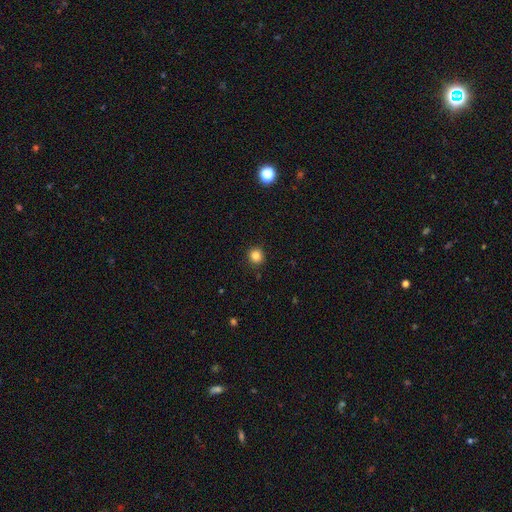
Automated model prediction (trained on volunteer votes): smooth 84%, star or artifact 12%, featured or disk 4%. Down the decision tree: how rounded — round (91%); merging — none (91%).